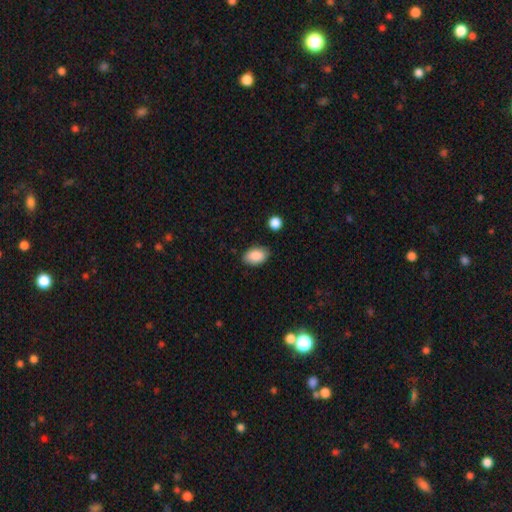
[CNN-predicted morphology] This appears to be a smooth galaxy with no disk features (87%) that is in between round and cigar-shaped (90%). Merging: none (84%).